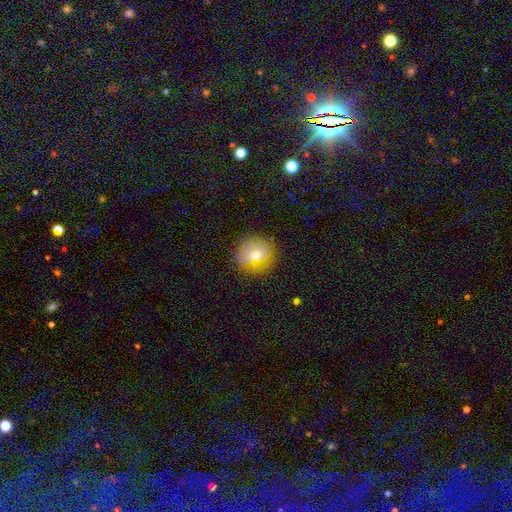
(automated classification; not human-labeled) Smooth or featured? Predicted: smooth (p=0.67). How rounded? Predicted: round (p=0.85). Merging? Predicted: none (p=0.83).